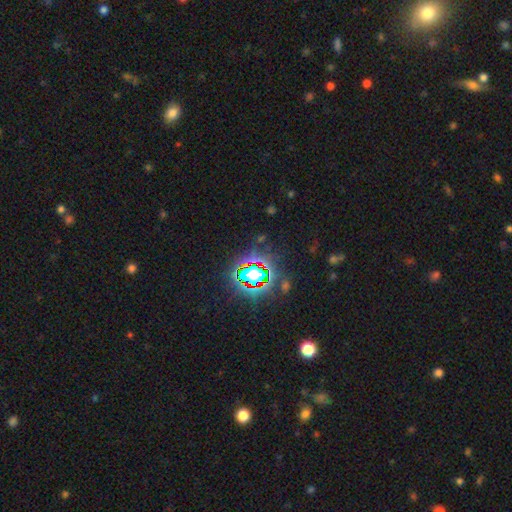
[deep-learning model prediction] Smooth or featured? star or artifact (83%)